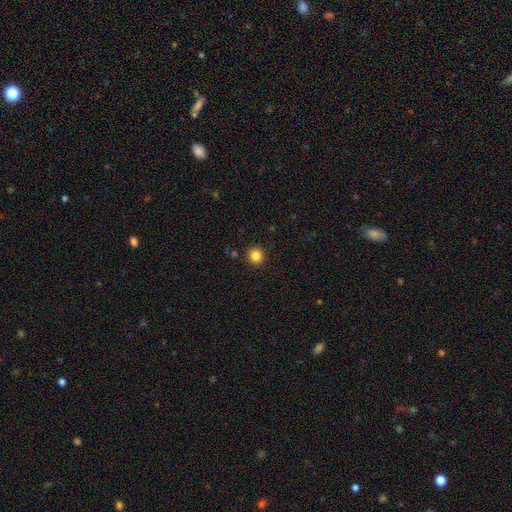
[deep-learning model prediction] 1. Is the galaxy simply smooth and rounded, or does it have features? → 84% smooth, 12% star or artifact, 4% featured or disk.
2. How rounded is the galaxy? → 94% round, 5% in between, 1% cigar-shaped.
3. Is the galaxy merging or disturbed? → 92% none, 5% minor disturbance, 2% major disturbance, 1% merger.